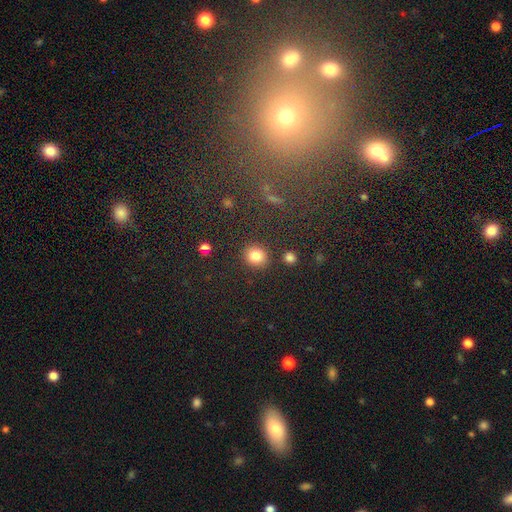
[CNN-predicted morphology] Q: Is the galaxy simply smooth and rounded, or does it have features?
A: smooth — 83%.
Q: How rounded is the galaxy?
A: round — 84%.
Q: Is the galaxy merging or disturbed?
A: none — 86%.